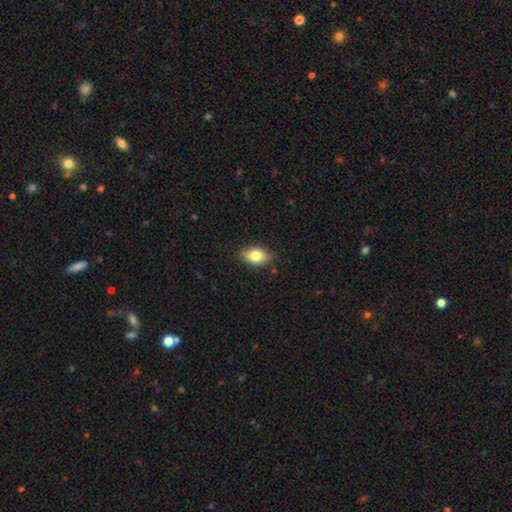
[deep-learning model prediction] smooth_or_featured: smooth (p=0.82) [alt: featured or disk p=0.10]
how_rounded: in between (p=0.86) [alt: round p=0.12]
merging: none (p=0.86) [alt: minor disturbance p=0.11]